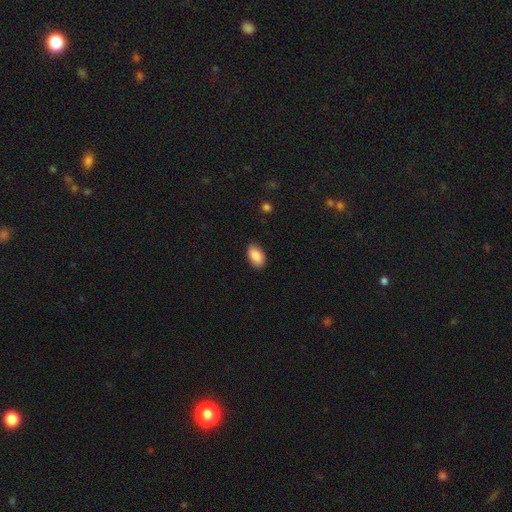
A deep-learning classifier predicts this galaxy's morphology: A smooth galaxy with no disk features (89%) that is in between round and cigar-shaped (93%).

Vote fractions:
- Smooth or featured? smooth: 89% / star or artifact: 7% / featured or disk: 4%
- How rounded? in between: 93% / round: 5% / cigar-shaped: 2%
- Merging? none: 87% / minor disturbance: 10% / major disturbance: 2% / merger: 1%